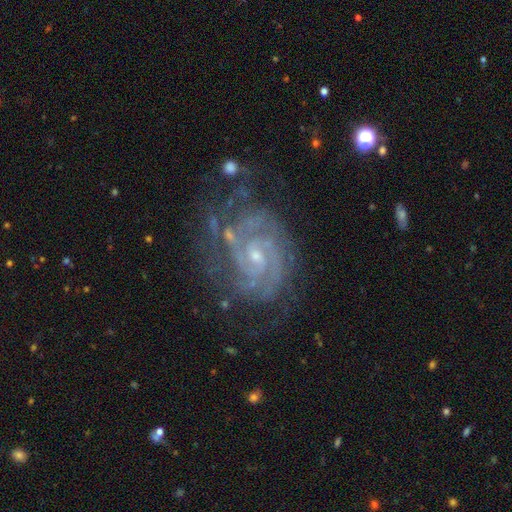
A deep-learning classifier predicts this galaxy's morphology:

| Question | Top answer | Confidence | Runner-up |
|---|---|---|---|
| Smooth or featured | featured or disk | 90% | star or artifact (6%) |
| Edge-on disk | no | 98% | yes (2%) |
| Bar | no | 51% | weak (39%) |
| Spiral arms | yes | 98% | no (2%) |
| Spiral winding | tight | 71% | medium (26%) |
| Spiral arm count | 2 | 46% | 3 (18%) |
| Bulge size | small | 69% | moderate (26%) |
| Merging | none | 66% | minor disturbance (21%) |